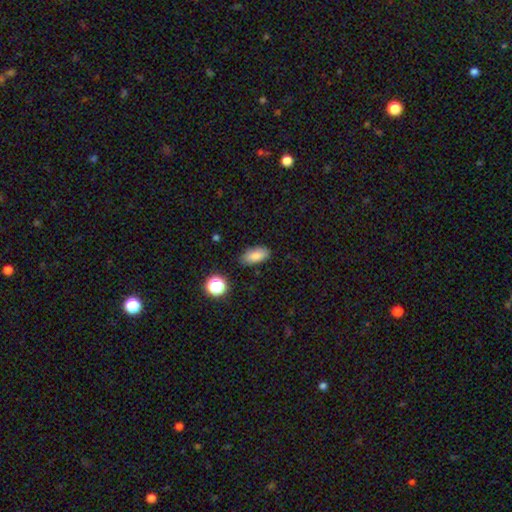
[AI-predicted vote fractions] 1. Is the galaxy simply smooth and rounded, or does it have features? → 84% smooth, 10% star or artifact, 6% featured or disk.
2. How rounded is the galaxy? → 88% in between, 7% cigar-shaped, 5% round.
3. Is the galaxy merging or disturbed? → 84% none, 11% minor disturbance, 3% major disturbance, 2% merger.